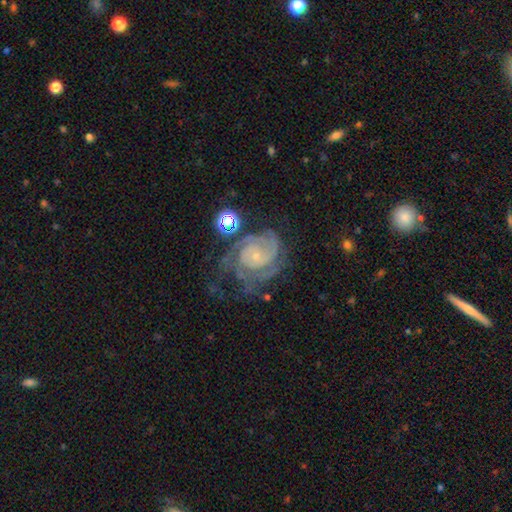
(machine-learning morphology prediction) Q: Smooth or featured?
A: featured or disk (86%); runner-up: star or artifact (7%)
Q: Edge-on disk?
A: no (98%); runner-up: yes (2%)
Q: Bar?
A: no (71%); runner-up: weak (23%)
Q: Spiral arms?
A: yes (97%); runner-up: no (3%)
Q: Spiral winding?
A: tight (68%); runner-up: medium (27%)
Q: Spiral arm count?
A: 2 (35%); runner-up: 3 (24%)
Q: Bulge size?
A: small (77%); runner-up: moderate (15%)
Q: Merging?
A: none (56%); runner-up: minor disturbance (22%)